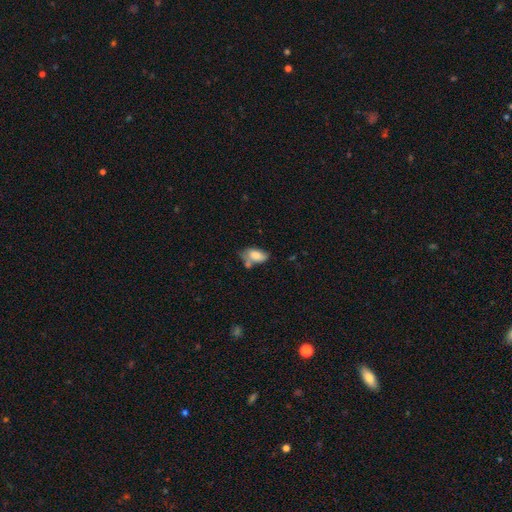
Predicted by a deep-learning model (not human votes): A smooth galaxy with no disk features (75%) that is in between round and cigar-shaped (92%).

Vote fractions:
- Smooth or featured? smooth: 75% / featured or disk: 17% / star or artifact: 8%
- How rounded? in between: 92% / round: 5% / cigar-shaped: 3%
- Merging? none: 35% / merger: 27% / minor disturbance: 26% / major disturbance: 12%